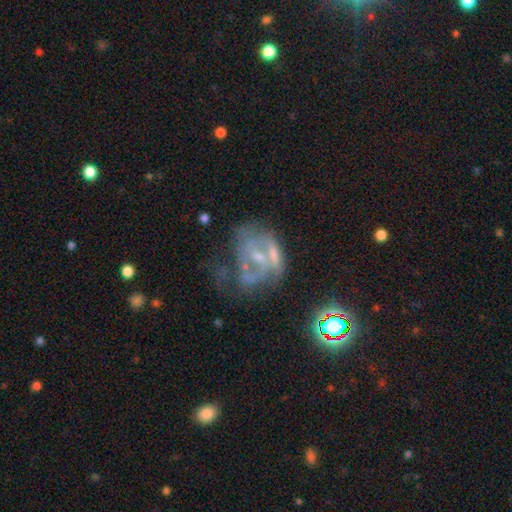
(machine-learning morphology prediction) Smooth or featured? Predicted: featured or disk (p=0.67). Edge-on disk? Predicted: no (p=0.97). Bar? Predicted: no (p=0.53). Spiral arms? Predicted: no (p=0.51). Bulge size? Predicted: small (p=0.44). Merging? Predicted: major disturbance (p=0.34).